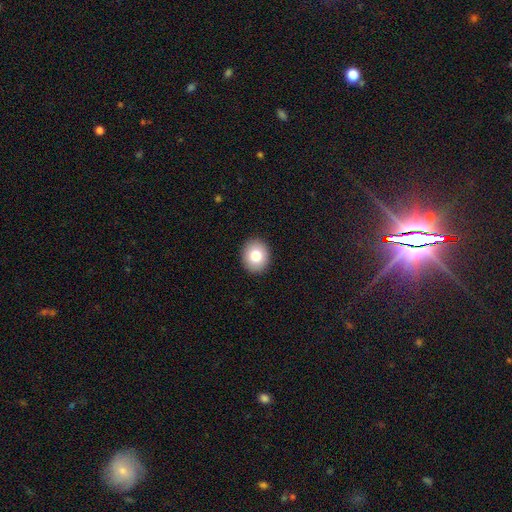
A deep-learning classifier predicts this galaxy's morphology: smooth_or_featured: smooth (p=0.80) [alt: featured or disk p=0.11]
how_rounded: round (p=0.67) [alt: in between p=0.32]
merging: none (p=0.92) [alt: minor disturbance p=0.06]